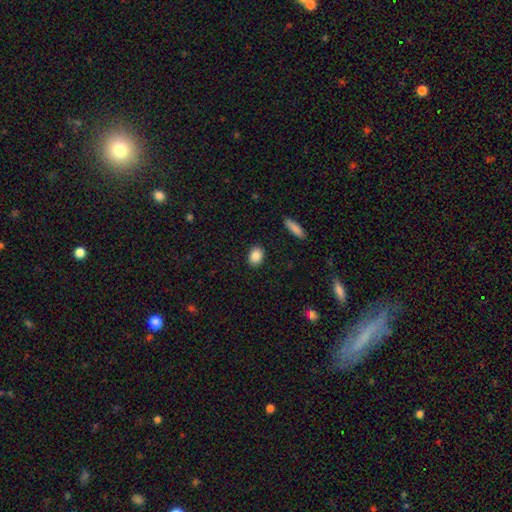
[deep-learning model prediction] A smooth galaxy with no disk features (87%) that is in between round and cigar-shaped (72%).

Vote fractions:
- Smooth or featured? smooth: 87% / star or artifact: 8% / featured or disk: 5%
- How rounded? in between: 72% / round: 26% / cigar-shaped: 2%
- Merging? none: 90% / minor disturbance: 7% / major disturbance: 2% / merger: 1%